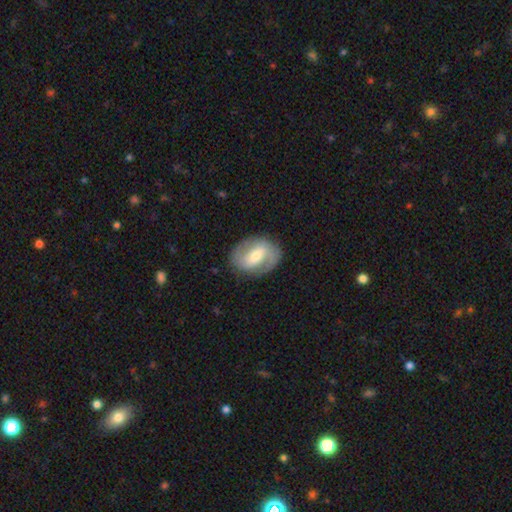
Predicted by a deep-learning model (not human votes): Morphology: type=featured or disk (72%); edge-on=no (97%); bar=weak (45%); spiral arms=yes (86%); winding=medium (47%); arm count=2 (85%); bulge=moderate (52%); merging=none (82%).